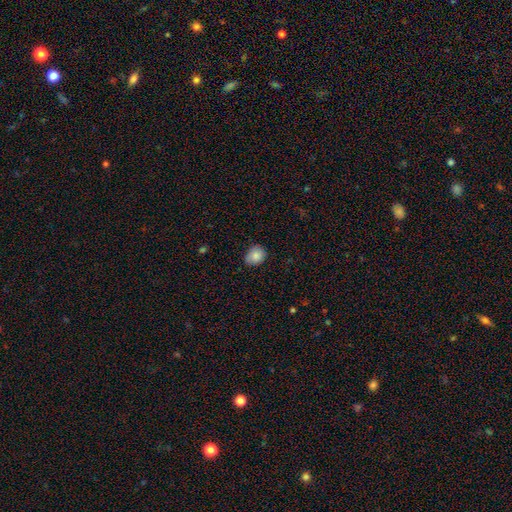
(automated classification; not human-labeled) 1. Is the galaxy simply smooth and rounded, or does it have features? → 86% smooth, 8% star or artifact, 6% featured or disk.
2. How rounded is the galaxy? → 55% round, 44% in between, 1% cigar-shaped.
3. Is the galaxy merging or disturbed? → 75% none, 21% minor disturbance, 3% major disturbance, 1% merger.